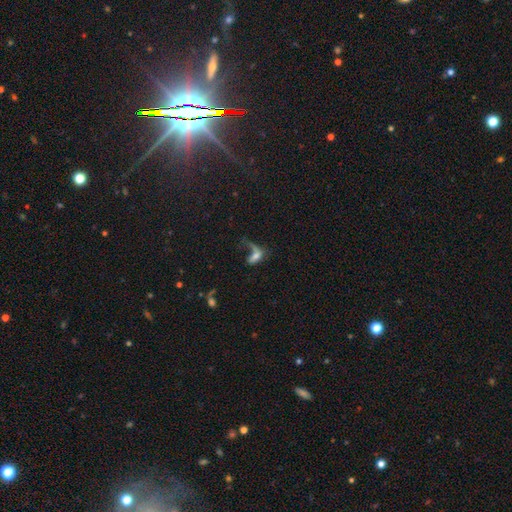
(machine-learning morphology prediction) Smooth or featured? Predicted: smooth (p=0.52). How rounded? Predicted: in between (p=0.72). Merging? Predicted: major disturbance (p=0.47).